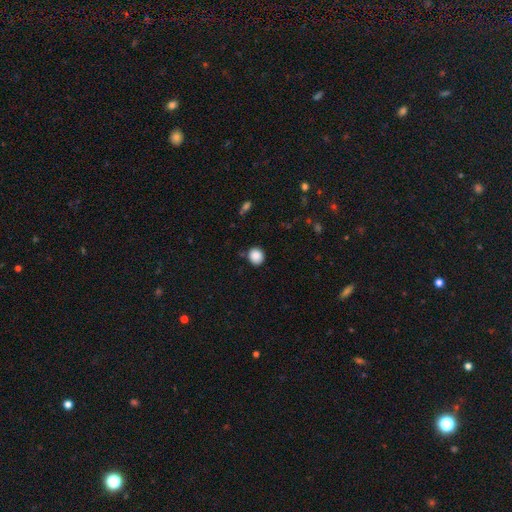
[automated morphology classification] Smooth or featured?
  - smooth: 88% *
  - star or artifact: 9%
  - featured or disk: 3%
How rounded?
  - round: 83% *
  - in between: 16%
  - cigar-shaped: 1%
Merging?
  - none: 85% *
  - minor disturbance: 10%
  - merger: 3%
  - major disturbance: 3%